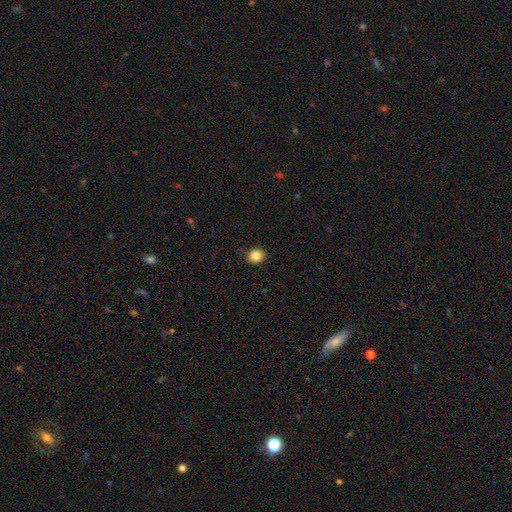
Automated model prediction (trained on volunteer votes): A smooth galaxy with no disk features (84%) that is round (73%).

Vote fractions:
- Smooth or featured? smooth: 84% / star or artifact: 11% / featured or disk: 5%
- How rounded? round: 73% / in between: 27% / cigar-shaped: 1%
- Merging? none: 90% / minor disturbance: 7% / major disturbance: 2% / merger: 1%